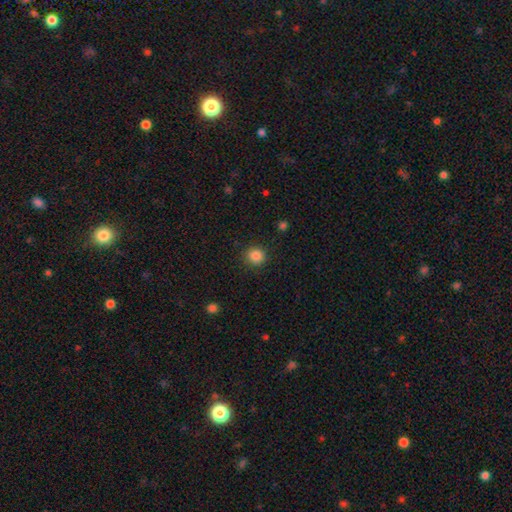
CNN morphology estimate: The model was most divided on "smooth or featured": smooth: 85%, star or artifact: 11%, featured or disk: 4%. More confident: how rounded — round (90%); merging — none (90%).